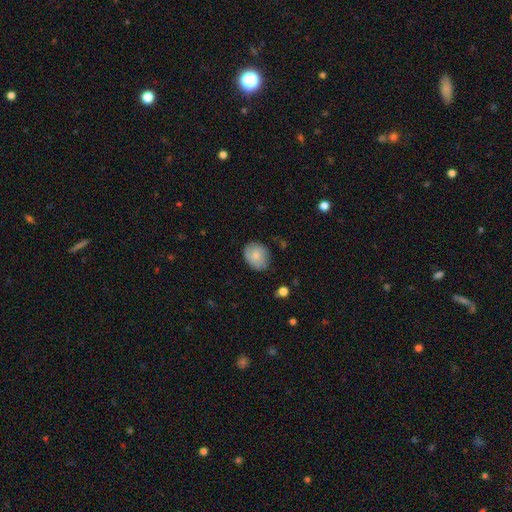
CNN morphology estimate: A smooth galaxy with no disk features (76%) that is round (52%). Merging: none (76%).